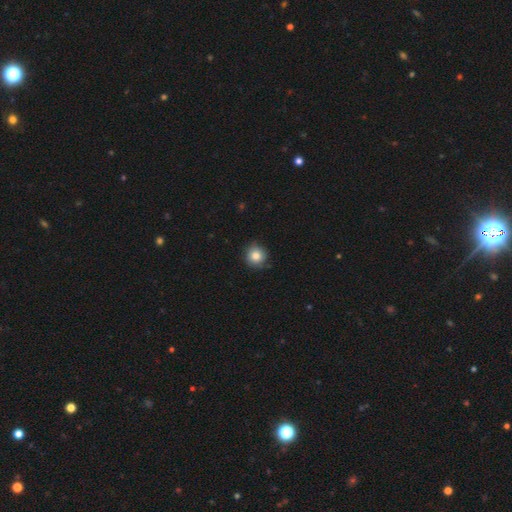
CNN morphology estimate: A smooth galaxy with no disk features (83%) that is round (93%). Merging: none (78%).